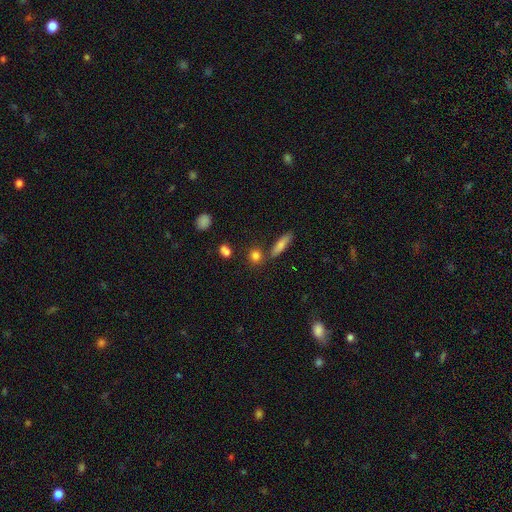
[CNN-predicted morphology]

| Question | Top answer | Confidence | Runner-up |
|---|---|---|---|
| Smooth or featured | smooth | 81% | star or artifact (12%) |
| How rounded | round | 68% | in between (22%) |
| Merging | none | 74% | merger (13%) |